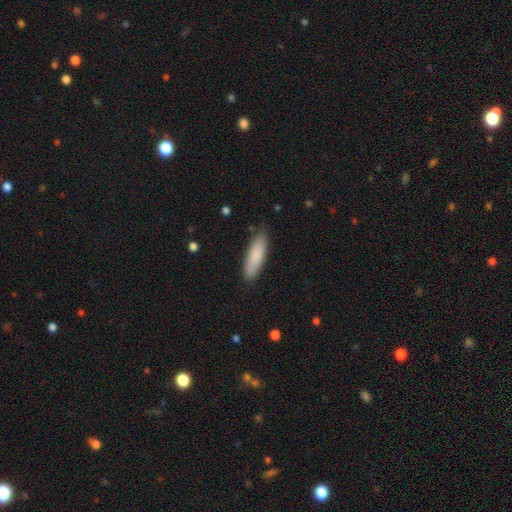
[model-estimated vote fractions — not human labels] Q: Smooth or featured?
A: smooth (85%); runner-up: featured or disk (9%)
Q: How rounded?
A: cigar-shaped (56%); runner-up: in between (42%)
Q: Merging?
A: none (86%); runner-up: minor disturbance (11%)